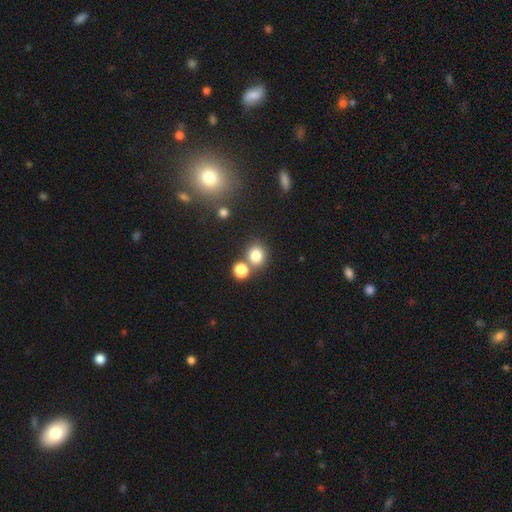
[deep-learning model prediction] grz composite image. It shows a smooth galaxy with no disk features (80%) that is round (77%). Merging: none (63%).